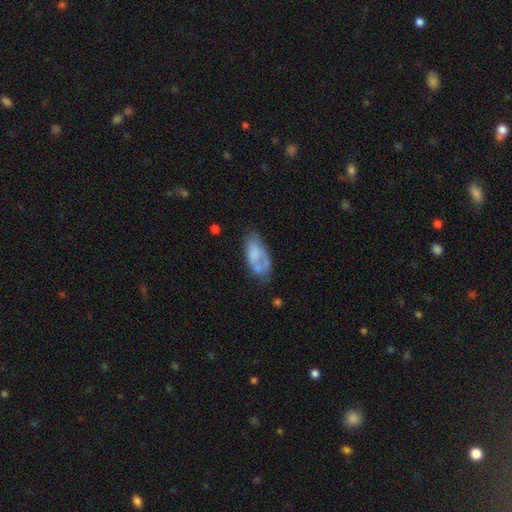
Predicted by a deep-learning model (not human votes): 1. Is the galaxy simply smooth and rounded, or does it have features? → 55% smooth, 36% featured or disk, 8% star or artifact.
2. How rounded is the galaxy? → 89% in between, 7% cigar-shaped, 3% round.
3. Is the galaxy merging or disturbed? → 41% none, 25% minor disturbance, 18% major disturbance, 17% merger.